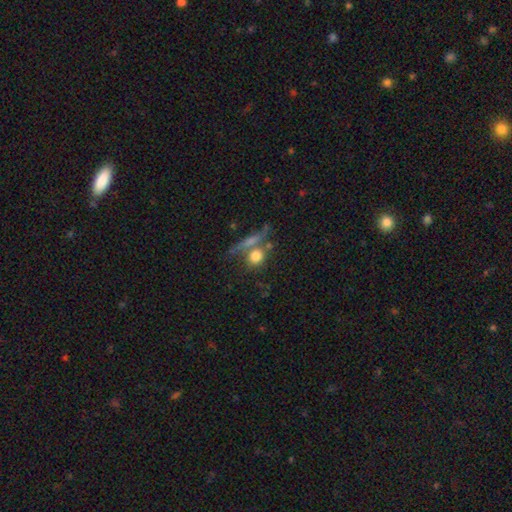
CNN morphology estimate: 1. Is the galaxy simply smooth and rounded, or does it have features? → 71% smooth, 18% featured or disk, 11% star or artifact.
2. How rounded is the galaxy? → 73% round, 21% in between, 6% cigar-shaped.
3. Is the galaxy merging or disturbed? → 46% none, 31% merger, 13% minor disturbance, 11% major disturbance.